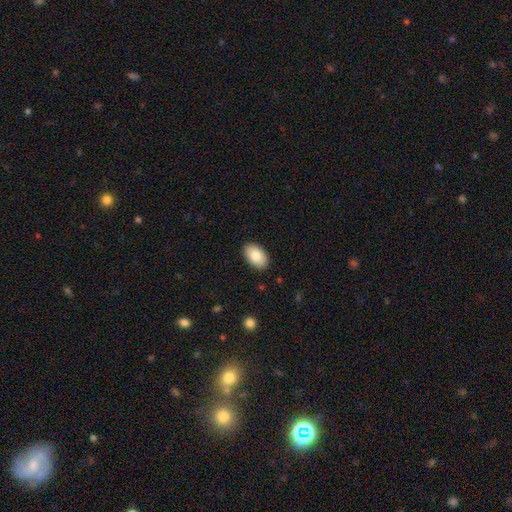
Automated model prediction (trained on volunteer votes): Overall: smooth (83%). How rounded: in between (93%). Merging: none (89%).